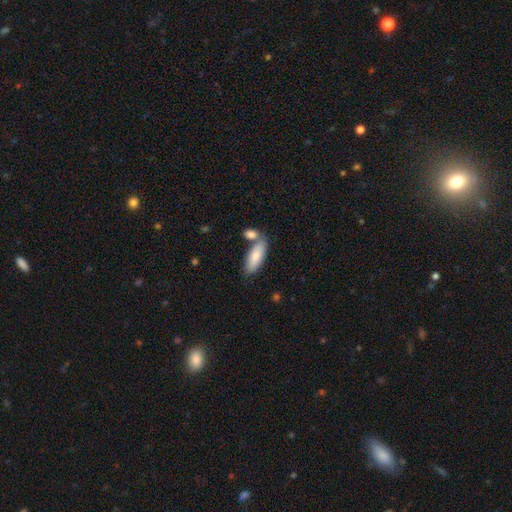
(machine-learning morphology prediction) A smooth galaxy with no disk features (81%) that is in between round and cigar-shaped (71%).

Vote fractions:
- Smooth or featured? smooth: 81% / featured or disk: 14% / star or artifact: 5%
- How rounded? in between: 71% / cigar-shaped: 27% / round: 2%
- Merging? none: 58% / merger: 26% / minor disturbance: 13% / major disturbance: 3%